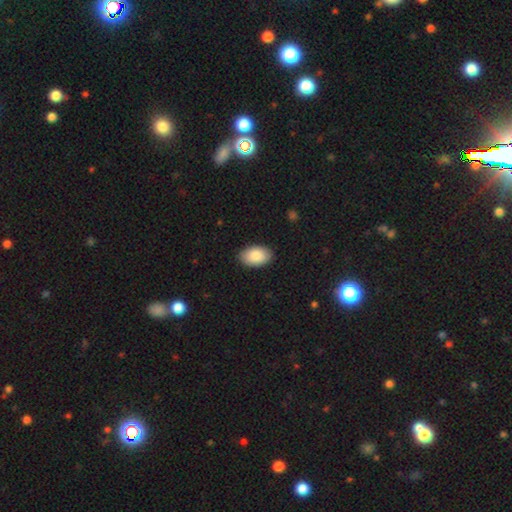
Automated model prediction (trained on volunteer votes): Smooth or featured? smooth (89%)
How rounded? in between (94%)
Merging? none (89%)